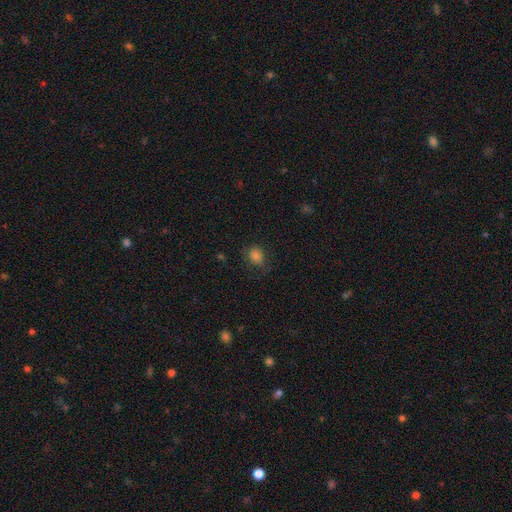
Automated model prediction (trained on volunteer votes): Morphology: type=smooth (81%); roundness=round (52%); merging=none (74%).